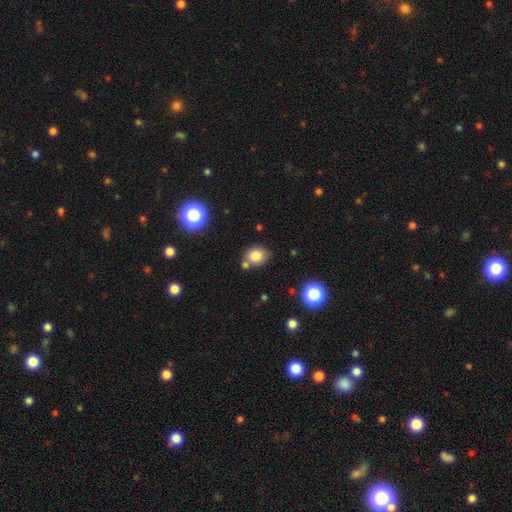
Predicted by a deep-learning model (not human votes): Q: Smooth or featured?
A: smooth (80%); runner-up: star or artifact (12%)
Q: How rounded?
A: round (62%); runner-up: in between (37%)
Q: Merging?
A: none (68%); runner-up: merger (15%)